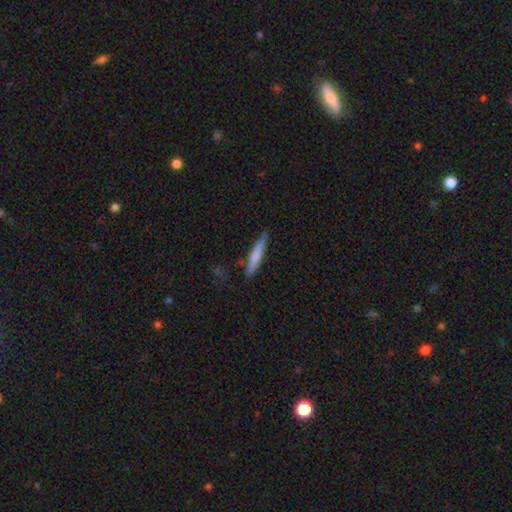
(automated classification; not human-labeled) smooth_or_featured: smooth (p=0.65) [alt: featured or disk p=0.29]
how_rounded: cigar-shaped (p=0.92) [alt: in between p=0.07]
merging: none (p=0.82) [alt: minor disturbance p=0.14]